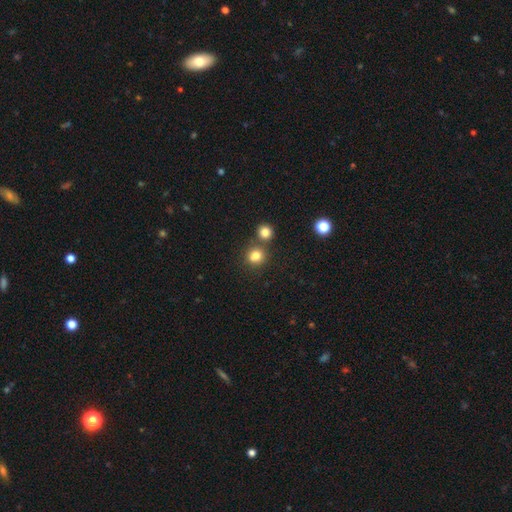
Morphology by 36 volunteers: A smooth galaxy with no disk features (89%) that is round (91%).

Vote fractions:
- Smooth or featured? smooth: 89% / featured or disk: 6% / star or artifact: 6%
- How rounded? round: 91% / in between: 9% / cigar-shaped: 0%
- Merging? none: 44% / merger: 29% / minor disturbance: 24% / major disturbance: 3%